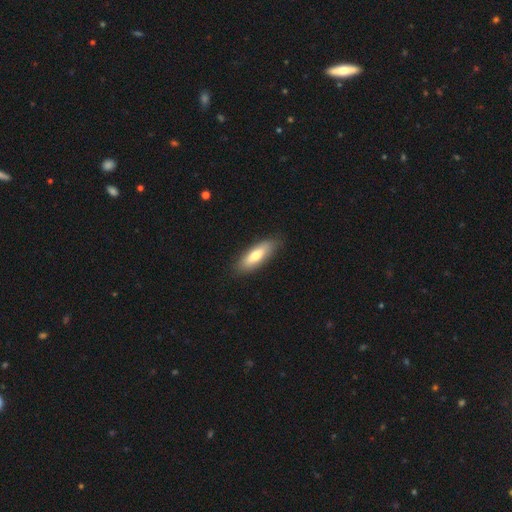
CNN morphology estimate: Q: Smooth or featured?
A: smooth (68%); runner-up: featured or disk (26%)
Q: How rounded?
A: in between (59%); runner-up: cigar-shaped (39%)
Q: Merging?
A: none (85%); runner-up: minor disturbance (11%)